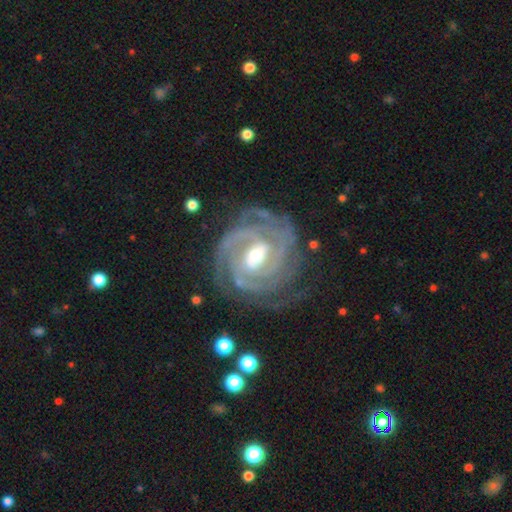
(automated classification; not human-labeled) A featured or disk galaxy (92%) with a weak bar (47%), 3 (29%) tight (74%) spiral arms (98%) and a moderate central bulge (53%).

Vote fractions:
- Smooth or featured? featured or disk: 92% / star or artifact: 4% / smooth: 4%
- Edge-on disk? no: 97% / yes: 3%
- Bar? weak: 47% / strong: 28% / no: 25%
- Spiral arms? yes: 98% / no: 2%
- Spiral winding? tight: 74% / medium: 22% / loose: 3%
- Spiral arm count? 3: 29% / 2: 24% / can't tell: 18% / 4: 16% / more than 4: 6% / 1: 6%
- Bulge size? moderate: 53% / small: 43% / large: 3% / none: 1% / dominant: 1%
- Merging? none: 73% / minor disturbance: 18% / major disturbance: 8% / merger: 2%